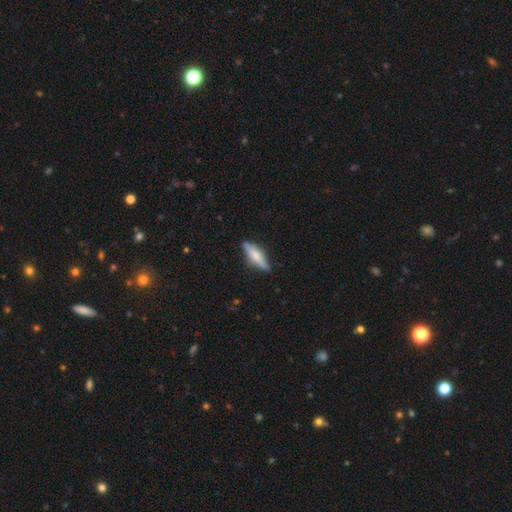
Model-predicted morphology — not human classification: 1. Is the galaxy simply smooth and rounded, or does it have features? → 61% smooth, 33% featured or disk, 6% star or artifact.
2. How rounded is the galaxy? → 63% cigar-shaped, 35% in between, 2% round.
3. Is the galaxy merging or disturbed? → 81% none, 15% minor disturbance, 3% major disturbance, 1% merger.